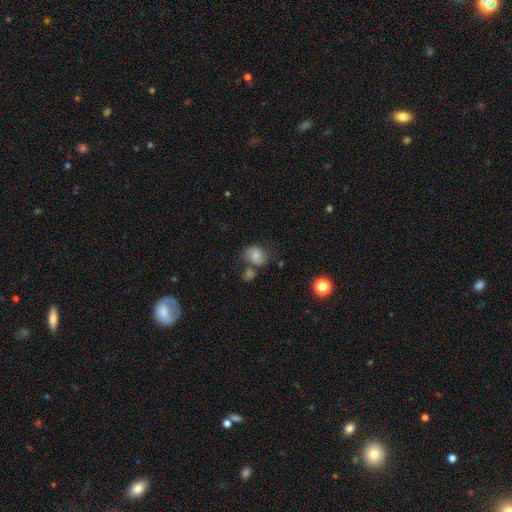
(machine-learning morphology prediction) Smooth or featured? smooth (55%)
How rounded? in between (54%)
Merging? none (53%)